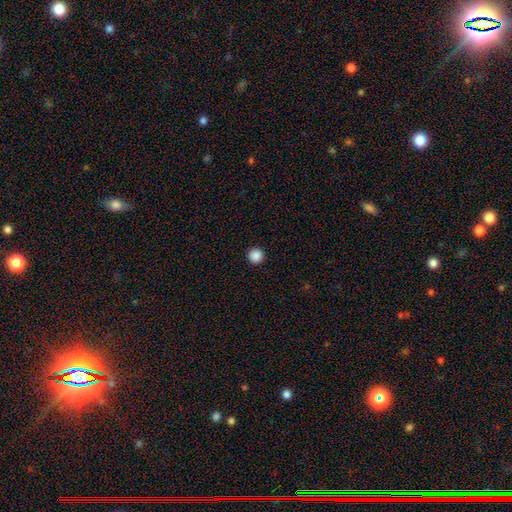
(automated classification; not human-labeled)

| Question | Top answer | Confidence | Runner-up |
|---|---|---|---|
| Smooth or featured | smooth | 88% | star or artifact (10%) |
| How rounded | round | 97% | in between (2%) |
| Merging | none | 94% | minor disturbance (4%) |